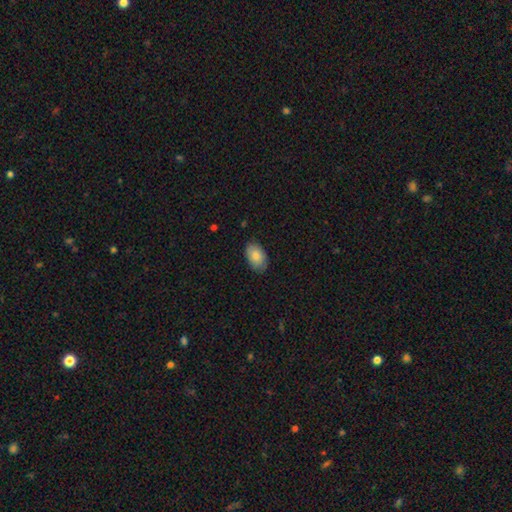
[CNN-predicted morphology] A smooth galaxy with no disk features (84%) that is in between round and cigar-shaped (91%).

Vote fractions:
- Smooth or featured? smooth: 84% / featured or disk: 10% / star or artifact: 7%
- How rounded? in between: 91% / round: 8% / cigar-shaped: 1%
- Merging? none: 82% / minor disturbance: 15% / major disturbance: 3% / merger: 1%